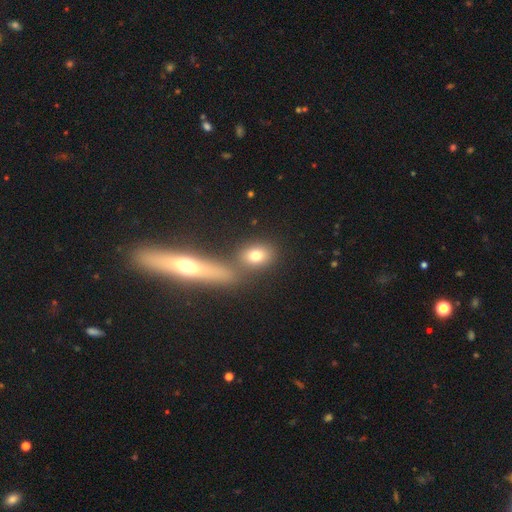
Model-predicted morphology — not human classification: The model was most divided on "how rounded": in between: 61%, round: 34%, cigar-shaped: 5%. More confident: smooth or featured — smooth (74%); merging — none (63%).